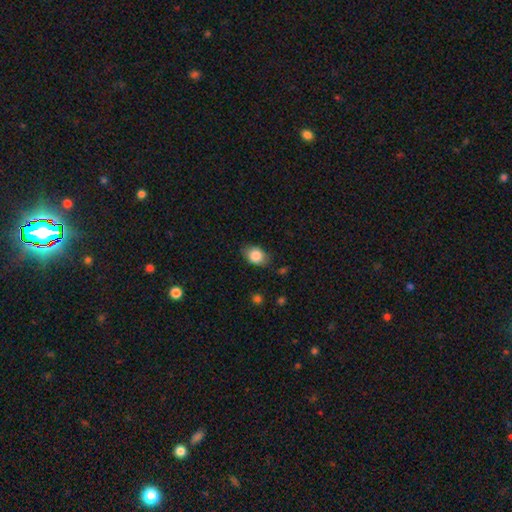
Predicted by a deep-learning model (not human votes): The model was most divided on "how rounded": in between: 69%, round: 30%, cigar-shaped: 1%. More confident: smooth or featured — smooth (85%); merging — none (76%).